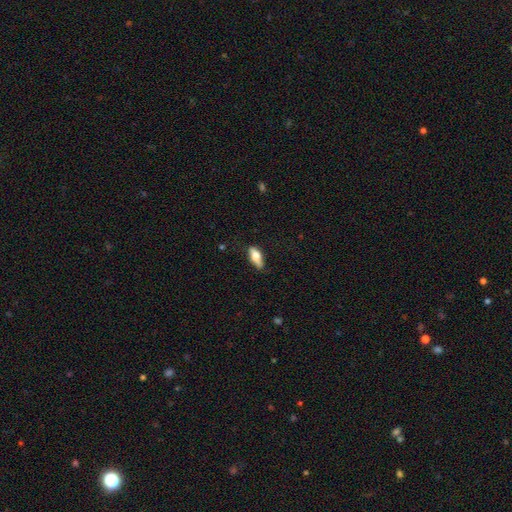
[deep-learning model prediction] A smooth galaxy with no disk features (67%) that is in between round and cigar-shaped (74%). Merging: none (67%).